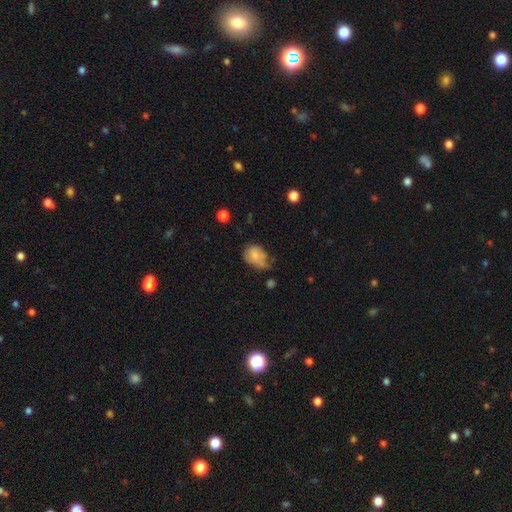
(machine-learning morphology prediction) The model was most divided on "merging": minor disturbance: 41%, none: 33%, major disturbance: 19%, merger: 6%. More confident: smooth or featured — smooth (75%); how rounded — in between (72%).